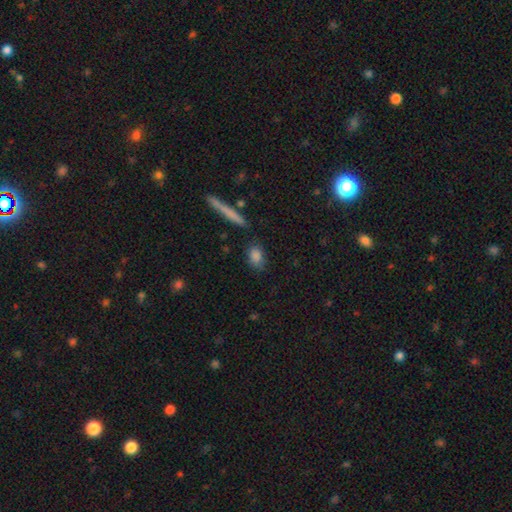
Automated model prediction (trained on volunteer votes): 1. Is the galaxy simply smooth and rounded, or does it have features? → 85% smooth, 8% featured or disk, 8% star or artifact.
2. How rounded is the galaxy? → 78% in between, 14% round, 9% cigar-shaped.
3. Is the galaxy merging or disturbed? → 75% none, 16% minor disturbance, 4% merger, 4% major disturbance.